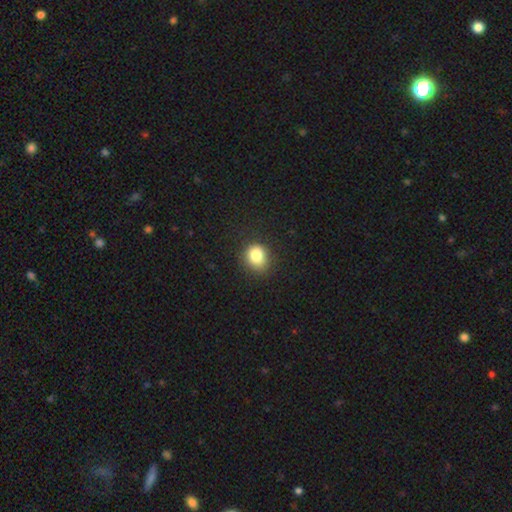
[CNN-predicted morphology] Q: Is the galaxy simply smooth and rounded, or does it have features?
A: smooth — 83%.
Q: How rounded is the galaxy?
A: round — 70%.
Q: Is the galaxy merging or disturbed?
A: none — 79%.